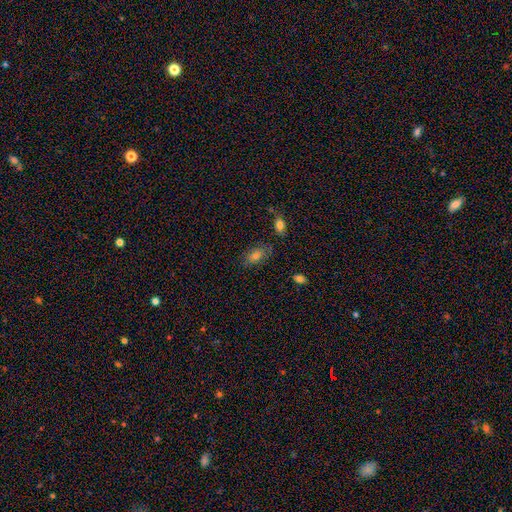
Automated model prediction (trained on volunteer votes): Overall: smooth (73%). How rounded: in between (88%). Merging: none (76%).